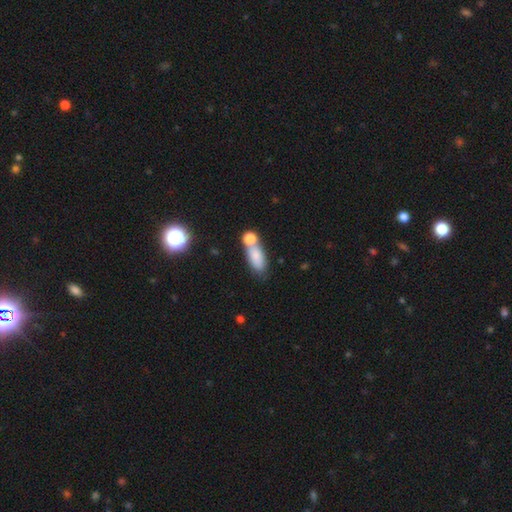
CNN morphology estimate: type=smooth (79%); roundness=in between (77%); merging=none (44%).